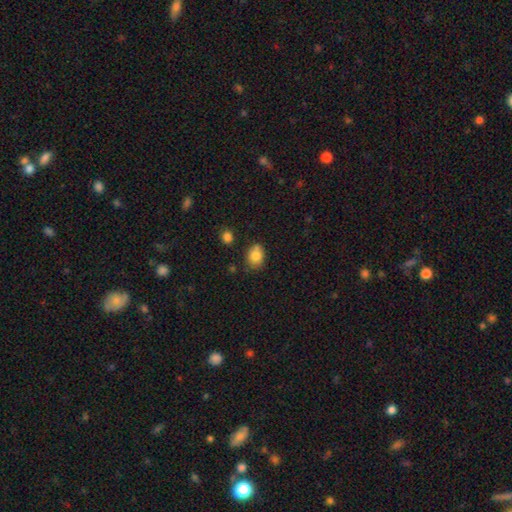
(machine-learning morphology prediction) A smooth galaxy with no disk features (81%) that is in between round and cigar-shaped (56%). Merging: none (70%).